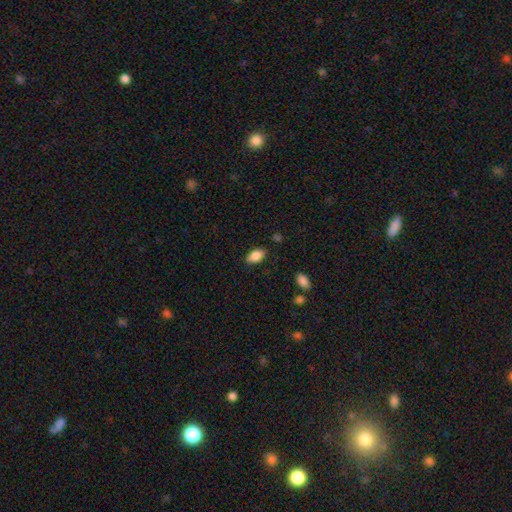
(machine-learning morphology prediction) A smooth galaxy with no disk features (87%) that is in between round and cigar-shaped (92%).

Vote fractions:
- Smooth or featured? smooth: 87% / star or artifact: 8% / featured or disk: 6%
- How rounded? in between: 92% / round: 5% / cigar-shaped: 3%
- Merging? none: 82% / minor disturbance: 13% / major disturbance: 3% / merger: 1%